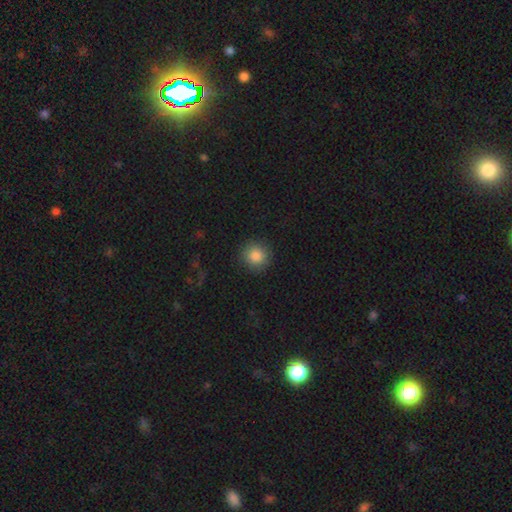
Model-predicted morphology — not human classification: Smooth or featured: smooth — 86% (star or artifact — 10%)
How rounded: round — 94% (in between — 5%)
Merging: none — 89% (minor disturbance — 7%)